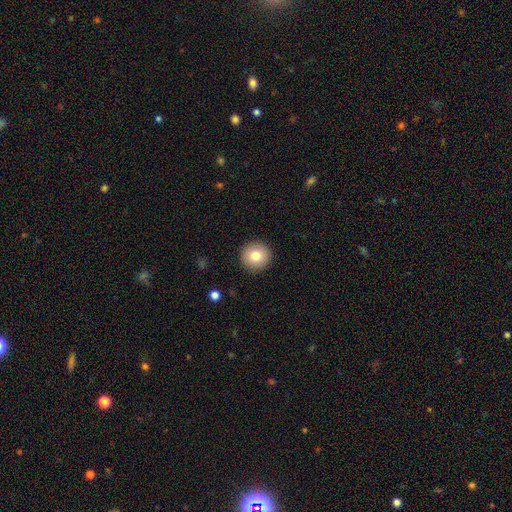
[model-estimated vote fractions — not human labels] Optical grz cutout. It shows a smooth galaxy with no disk features (79%) that is round (96%). Merging: none (93%).